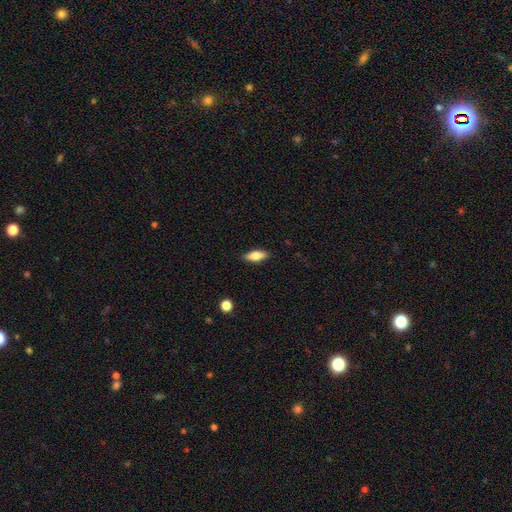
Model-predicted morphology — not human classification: smooth 75%, featured or disk 18%, star or artifact 7%. Down the decision tree: how rounded — in between (78%); merging — none (87%).